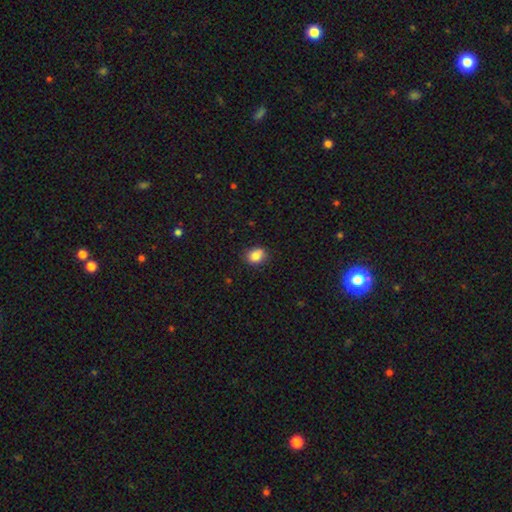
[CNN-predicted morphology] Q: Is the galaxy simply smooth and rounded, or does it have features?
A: smooth — 84%.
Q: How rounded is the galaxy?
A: round — 52%.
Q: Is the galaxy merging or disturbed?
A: none — 80%.